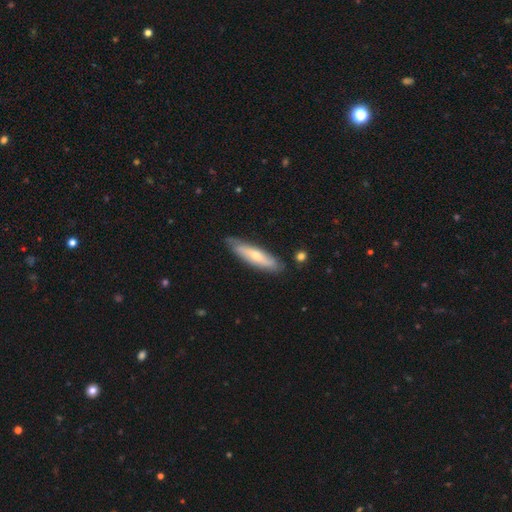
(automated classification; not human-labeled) featured or disk 48%, smooth 47%, star or artifact 5%. Down the decision tree: merging — none (75%).